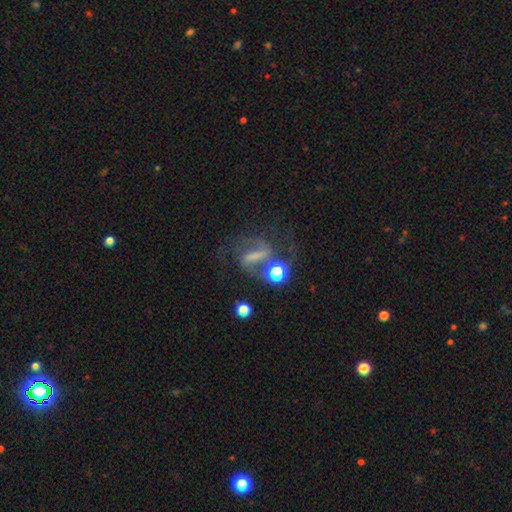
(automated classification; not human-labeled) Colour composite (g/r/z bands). It shows a featured or disk galaxy (67%) with a strong bar (64%), 2 (85%) medium (46%) spiral arms (84%) and no central bulge (48%). Merging: none (51%).